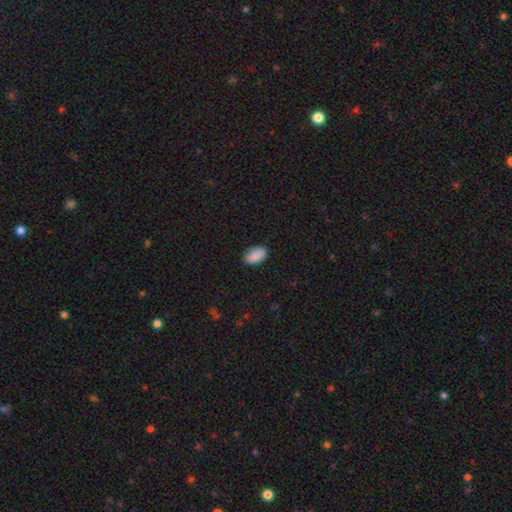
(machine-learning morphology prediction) This is clearly a smooth galaxy (90%). How rounded: clearly in between (94%). Merging: clearly none (84%).